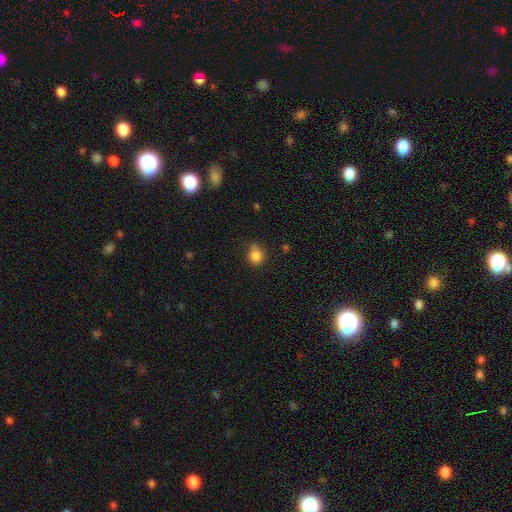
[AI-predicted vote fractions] smooth-or-featured: smooth: 84% | star or artifact: 11% | featured or disk: 5%
  how-rounded: round: 78% | in between: 21% | cigar-shaped: 1%
  merging: none: 65% | minor disturbance: 24% | merger: 6% | major disturbance: 5%